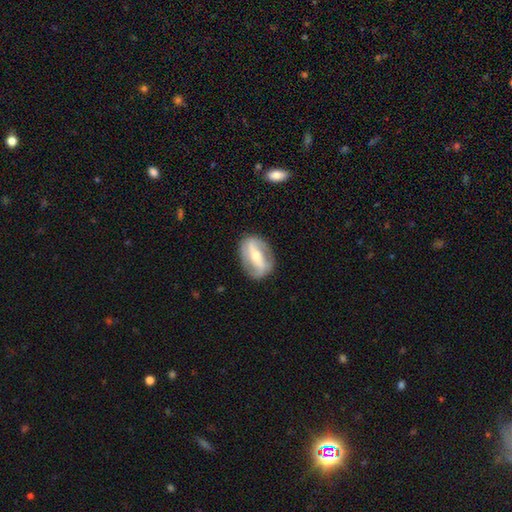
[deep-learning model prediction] The model was most divided on "bulge size": moderate: 55%, small: 39%, large: 3%, none: 1%, dominant: 1%. More confident: edge-on disk — no (89%); merging — none (83%); smooth or featured — featured or disk (74%); bar — strong (68%); spiral arms — yes (65%).